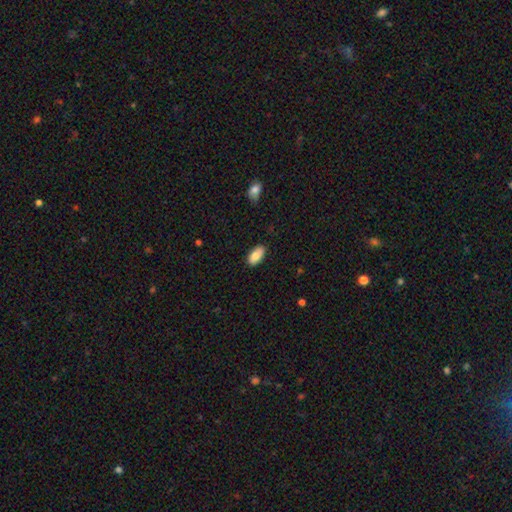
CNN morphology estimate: Smooth or featured? Predicted: smooth (p=0.84). How rounded? Predicted: in between (p=0.94). Merging? Predicted: none (p=0.87).